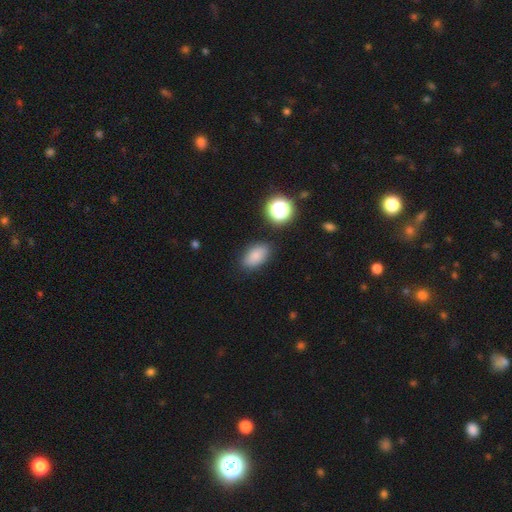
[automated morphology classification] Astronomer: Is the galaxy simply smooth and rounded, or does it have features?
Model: smooth — 82%.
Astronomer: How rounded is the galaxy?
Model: in between — 88%.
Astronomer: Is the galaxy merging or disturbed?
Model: none — 82%.